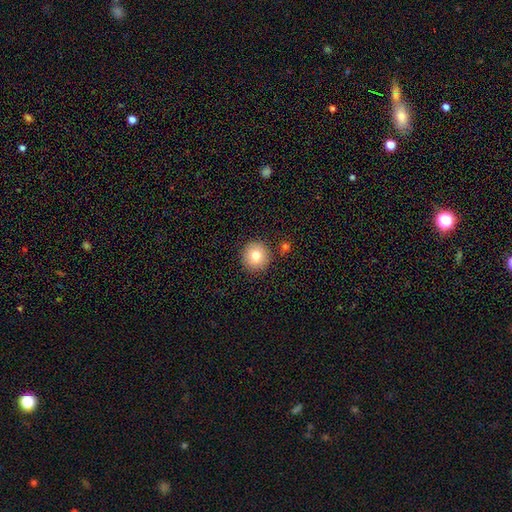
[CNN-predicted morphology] This appears to be a smooth galaxy with no disk features (79%) that is round (94%). Merging: none (87%).